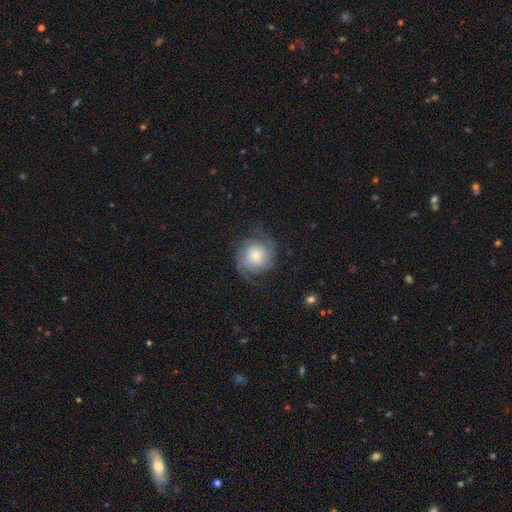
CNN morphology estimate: smooth-or-featured: featured or disk: 69% | smooth: 24% | star or artifact: 7%
  disk-edge-on: no: 98% | yes: 2%
    bar: no: 78% | weak: 18% | strong: 4%
    has-spiral-arms: yes: 94% | no: 6%
      spiral-winding: medium: 40% | tight: 38% | loose: 22%
      spiral-arm-count: 2: 71% | can't tell: 11% | 3: 9% | 1: 4% | 4: 3% | more than 4: 3%
    bulge-size: small: 51% | moderate: 34% | large: 9% | dominant: 3% | none: 3%
  merging: none: 72% | minor disturbance: 16% | major disturbance: 11% | merger: 1%